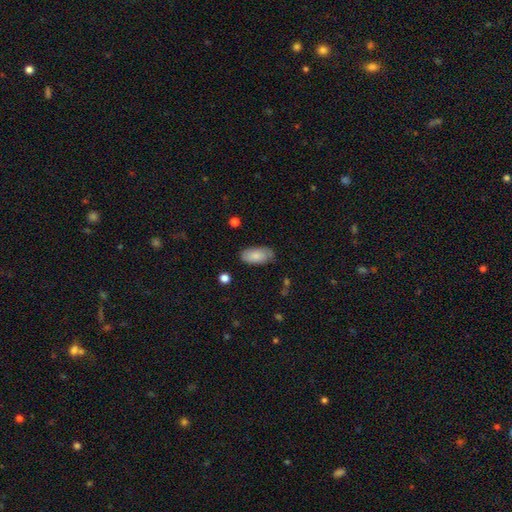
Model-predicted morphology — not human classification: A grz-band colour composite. It shows a smooth galaxy with no disk features (80%) that is in between round and cigar-shaped (93%). Merging: none (79%).